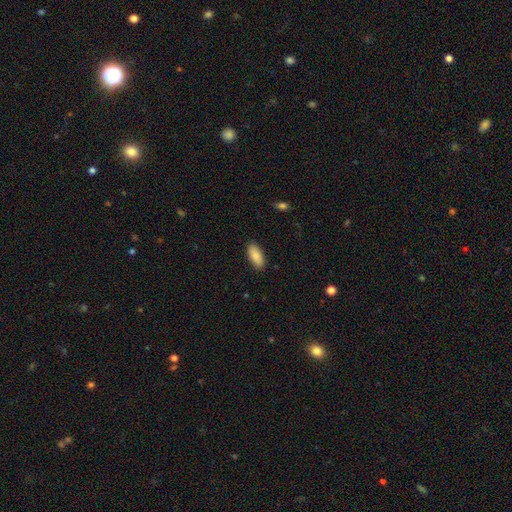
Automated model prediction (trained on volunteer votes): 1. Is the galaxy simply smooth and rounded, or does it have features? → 88% smooth, 6% star or artifact, 6% featured or disk.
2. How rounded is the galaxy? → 87% in between, 11% cigar-shaped, 2% round.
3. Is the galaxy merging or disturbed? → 89% none, 8% minor disturbance, 2% major disturbance, 1% merger.